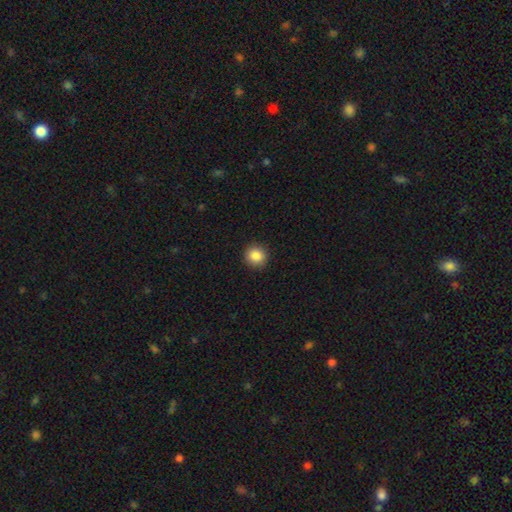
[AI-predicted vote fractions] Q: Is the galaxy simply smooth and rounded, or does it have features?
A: smooth — 87%.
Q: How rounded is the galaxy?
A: round — 91%.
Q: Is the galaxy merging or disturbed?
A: none — 91%.